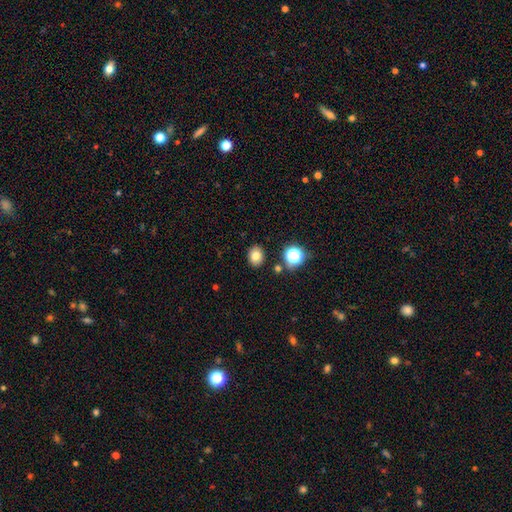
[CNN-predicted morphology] Q: Smooth or featured?
A: smooth (78%); runner-up: star or artifact (14%)
Q: How rounded?
A: in between (52%); runner-up: round (47%)
Q: Merging?
A: none (86%); runner-up: minor disturbance (8%)